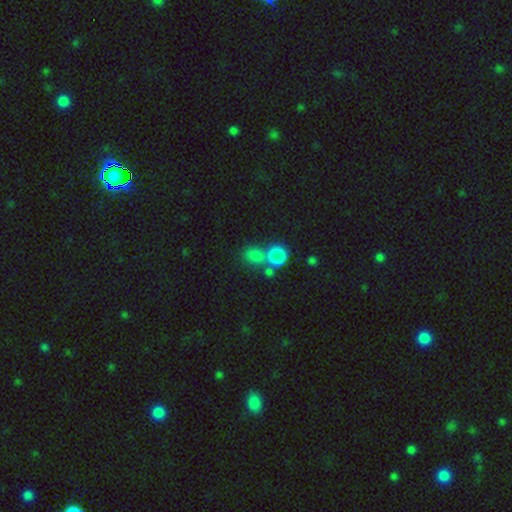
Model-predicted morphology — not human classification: smooth_or_featured: smooth (p=0.77) [alt: star or artifact p=0.15]
how_rounded: round (p=0.74) [alt: in between p=0.25]
merging: none (p=0.45) [alt: merger p=0.40]